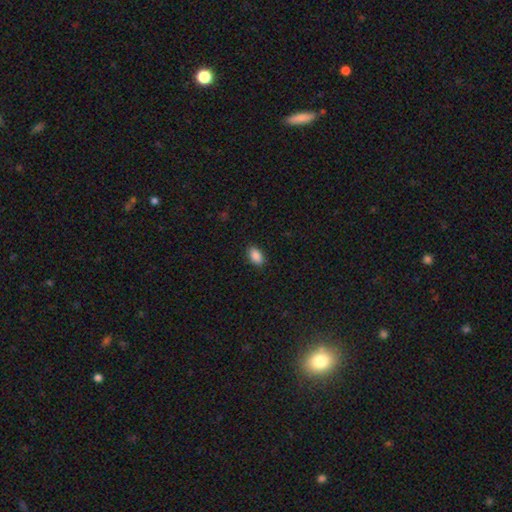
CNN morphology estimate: This appears to be a smooth galaxy with no disk features (89%) that is in between round and cigar-shaped (91%). Merging: none (88%).